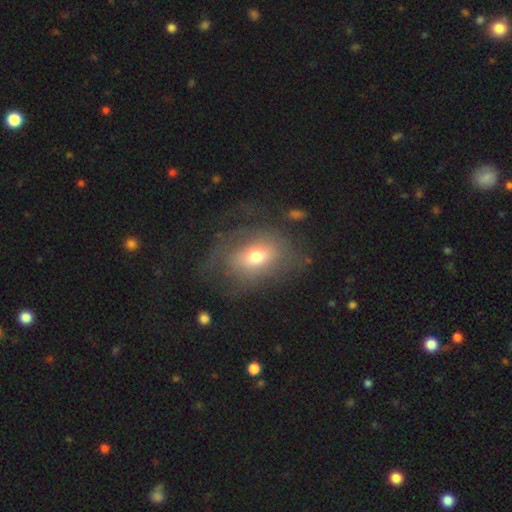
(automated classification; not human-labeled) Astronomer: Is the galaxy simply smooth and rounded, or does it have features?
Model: smooth — 53% (runner-up: featured or disk, 38%).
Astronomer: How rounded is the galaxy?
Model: in between — 72%.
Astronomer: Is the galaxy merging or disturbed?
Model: none — 52%.